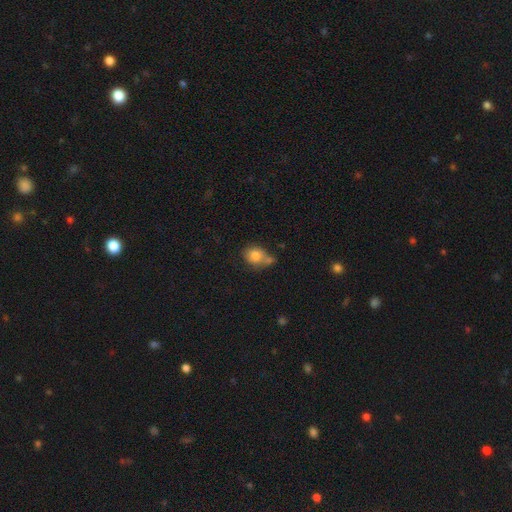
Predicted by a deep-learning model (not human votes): smooth-or-featured: smooth: 81% | featured or disk: 10% | star or artifact: 9%
  how-rounded: round: 68% | in between: 31% | cigar-shaped: 1%
  merging: none: 45% | merger: 32% | minor disturbance: 18% | major disturbance: 6%